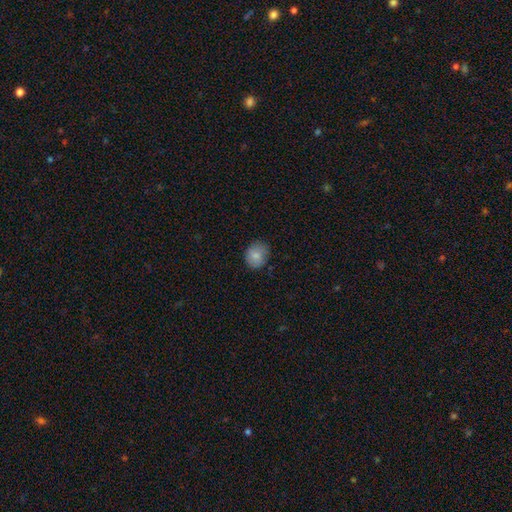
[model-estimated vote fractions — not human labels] Overall: smooth (83%). How rounded: round (62%; in between 37%). Merging: none (76%).